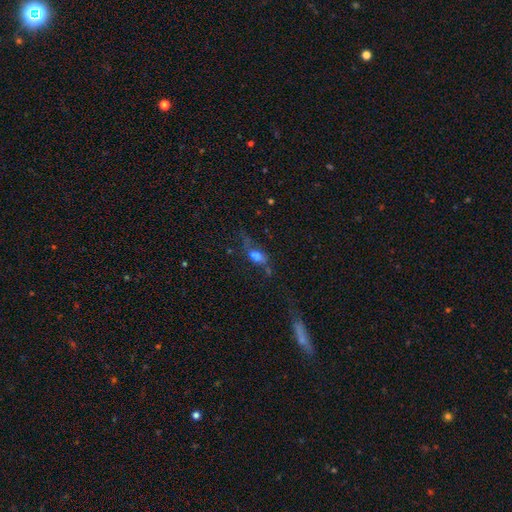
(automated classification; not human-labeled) The model was most divided on "merging": none: 31%, major disturbance: 30%, merger: 20%, minor disturbance: 19%. More confident: how rounded — in between (71%); smooth or featured — smooth (52%).